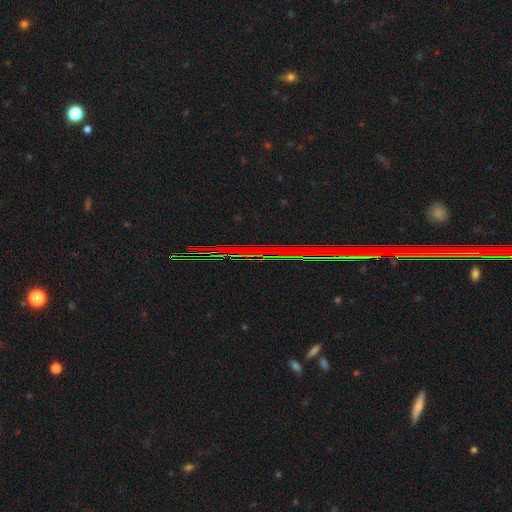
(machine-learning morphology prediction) Q: Smooth or featured?
A: star or artifact (84%); runner-up: featured or disk (9%)